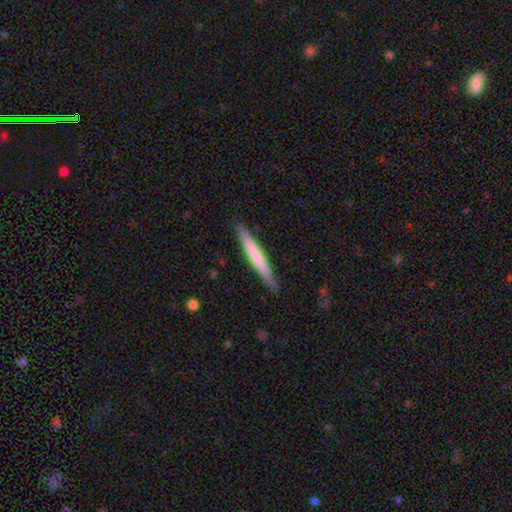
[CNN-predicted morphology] A smooth galaxy with no disk features (59%) that is cigar-shaped (96%).

Vote fractions:
- Smooth or featured? smooth: 59% / featured or disk: 36% / star or artifact: 5%
- How rounded? cigar-shaped: 96% / in between: 3% / round: 1%
- Merging? none: 89% / minor disturbance: 8% / major disturbance: 1% / merger: 1%